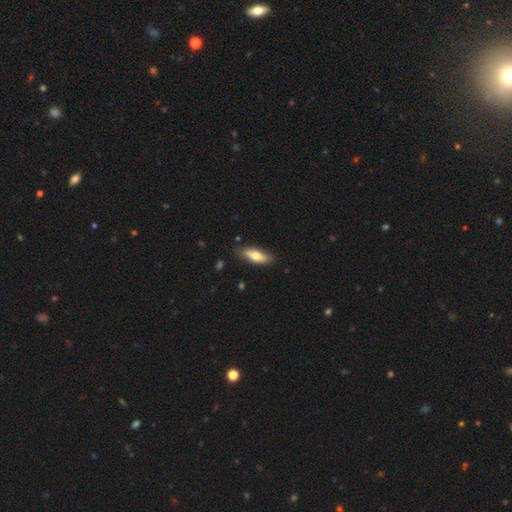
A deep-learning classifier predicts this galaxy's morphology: Smooth or featured? Predicted: smooth (p=0.70). How rounded? Predicted: in between (p=0.70). Merging? Predicted: none (p=0.84).